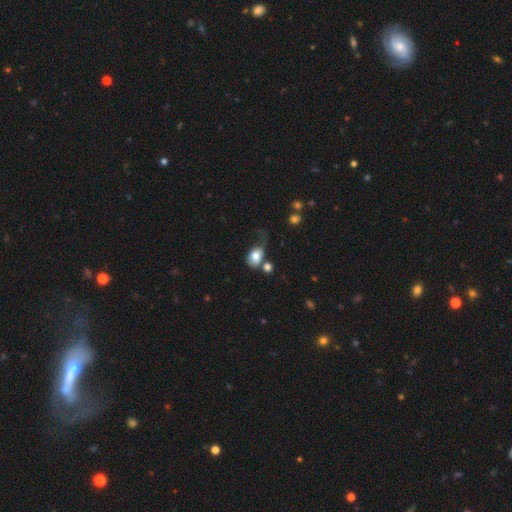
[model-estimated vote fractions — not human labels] This is likely a smooth galaxy (78%). How rounded: likely in between (68%). Merging: marginally none (33%).